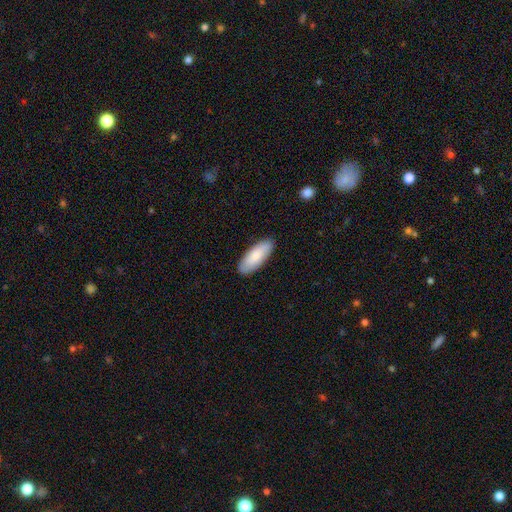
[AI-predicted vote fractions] This is clearly a smooth galaxy (83%). How rounded: likely in between (76%). Merging: clearly none (88%).